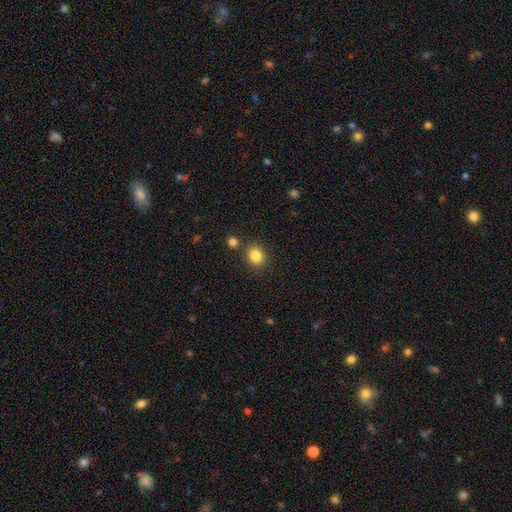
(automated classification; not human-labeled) This appears to be a smooth galaxy with no disk features (85%) that is round (67%). Merging: none (79%).